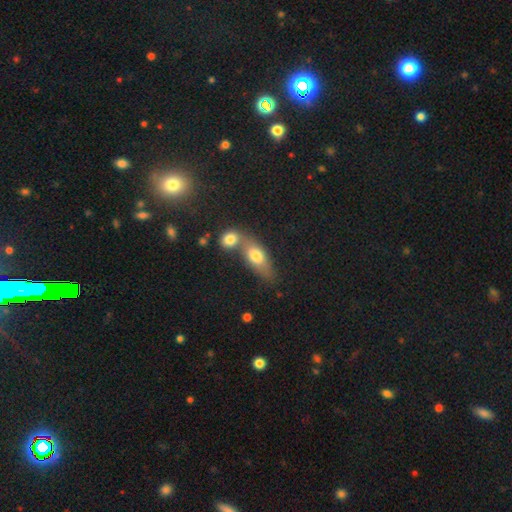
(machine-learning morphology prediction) type=smooth (72%); roundness=in between (76%); merging=merger (56%).